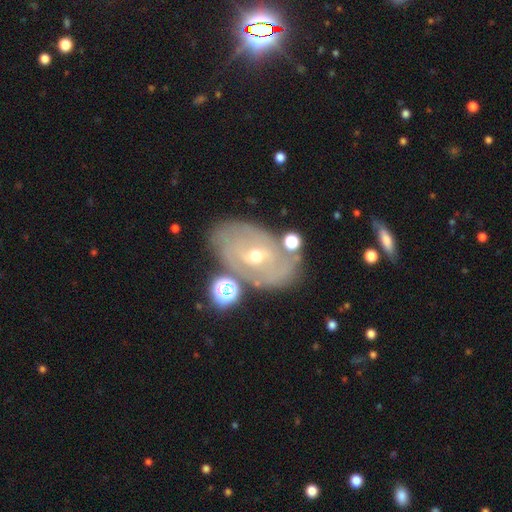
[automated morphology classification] The model was most divided on "bulge size": small: 56%, moderate: 41%, large: 1%, none: 1%, dominant: 1%. More confident: edge-on disk — no (93%); merging — none (71%); smooth or featured — featured or disk (70%); spiral arms — yes (63%); bar — no (54%).